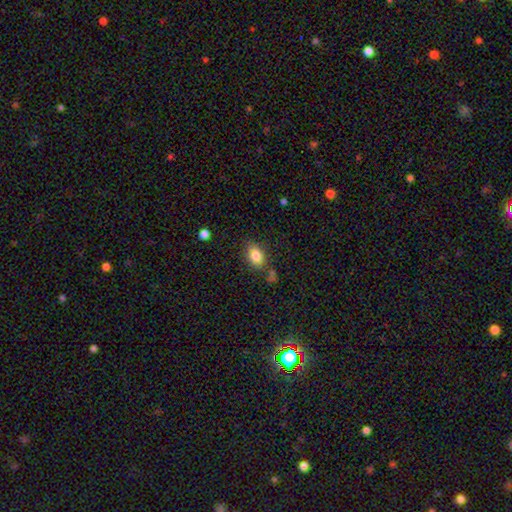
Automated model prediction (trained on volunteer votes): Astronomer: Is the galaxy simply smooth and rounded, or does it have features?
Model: smooth — 83%.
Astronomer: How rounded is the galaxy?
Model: in between — 83%.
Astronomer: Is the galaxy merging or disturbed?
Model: none — 74%.